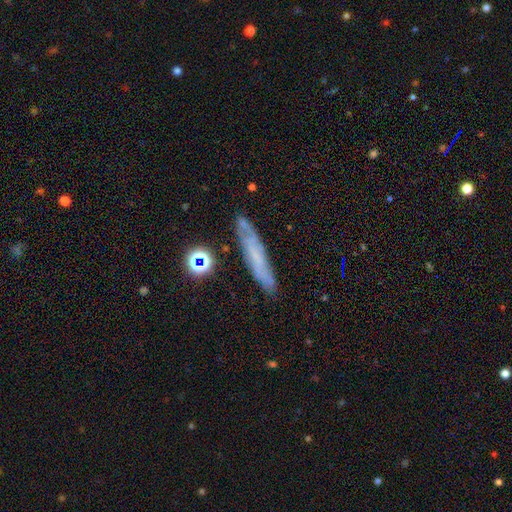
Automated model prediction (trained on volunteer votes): smooth_or_featured: featured or disk (p=0.49) [alt: smooth p=0.36]
merging: none (p=0.76) [alt: minor disturbance p=0.16]